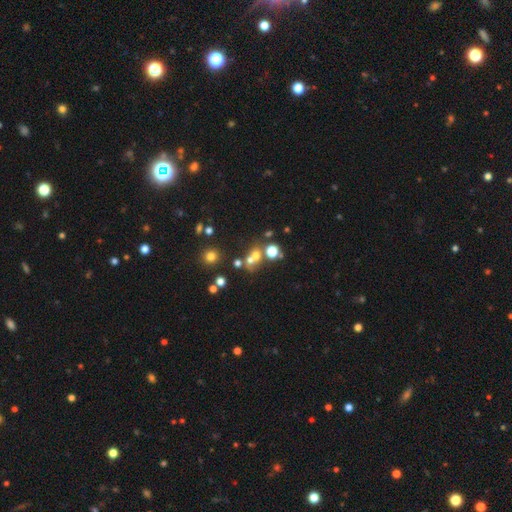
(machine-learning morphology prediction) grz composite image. It shows a smooth galaxy with no disk features (56%) that is round (76%). Merging: merger (44%).